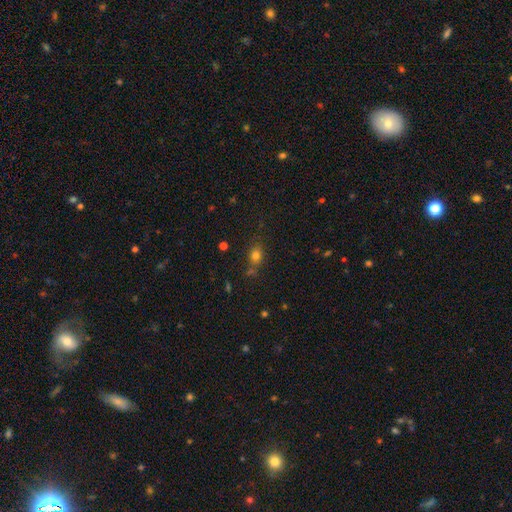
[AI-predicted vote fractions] Smooth or featured? Predicted: smooth (p=0.76). How rounded? Predicted: round (p=0.54). Merging? Predicted: none (p=0.70).